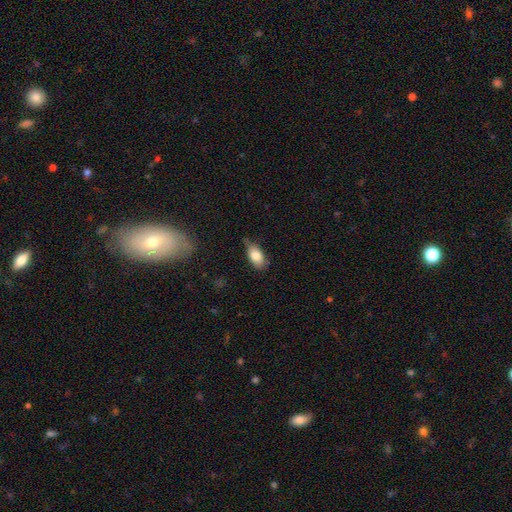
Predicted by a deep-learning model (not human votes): Smooth or featured? Predicted: smooth (p=0.81). How rounded? Predicted: in between (p=0.90). Merging? Predicted: none (p=0.55).